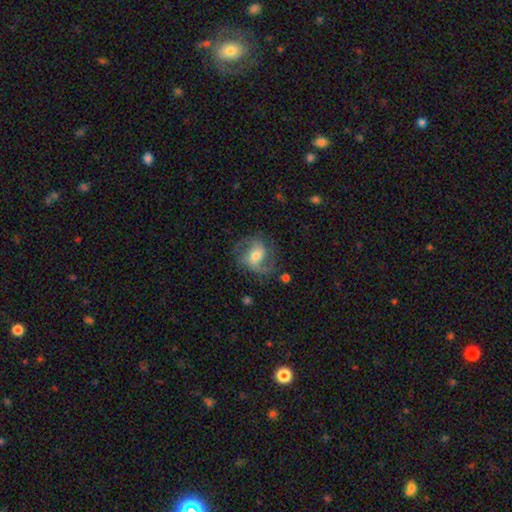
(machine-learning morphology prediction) This is likely a featured or disk galaxy (74%). It is clearly not viewed edge-on (97%). Bar: possibly weak (48%). Spiral arm pattern: clearly yes (92%). Spiral arm count: likely 2 (75%). Spiral winding: possibly medium (50%). Central bulge: possibly moderate (57%). Merging: likely none (67%).